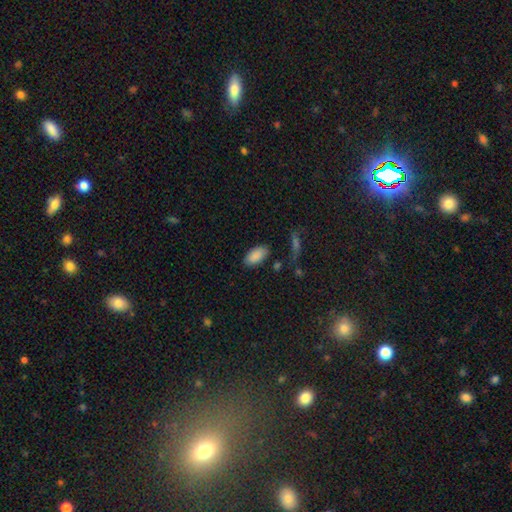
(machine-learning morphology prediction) Smooth or featured? Predicted: smooth (p=0.88). How rounded? Predicted: in between (p=0.94). Merging? Predicted: none (p=0.82).